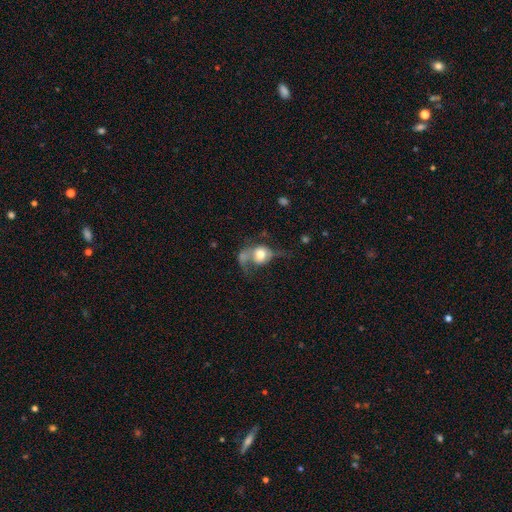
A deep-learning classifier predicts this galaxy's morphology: Smooth or featured?
  - smooth: 45% *
  - featured or disk: 42%
  - star or artifact: 12%
Merging?
  - major disturbance: 39% *
  - merger: 24%
  - none: 22%
  - minor disturbance: 14%